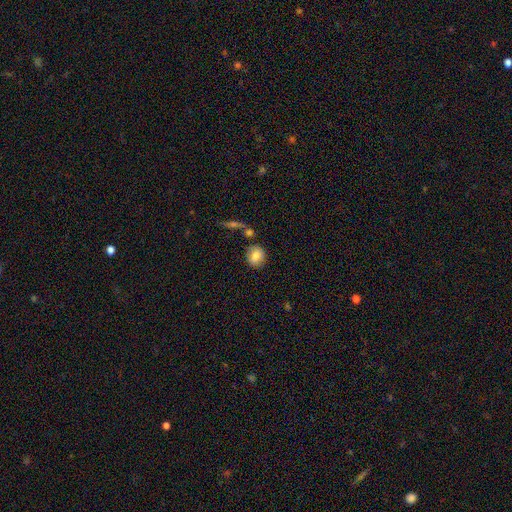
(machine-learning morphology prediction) Q: Smooth or featured?
A: smooth (80%); runner-up: featured or disk (12%)
Q: How rounded?
A: round (67%); runner-up: in between (32%)
Q: Merging?
A: none (75%); runner-up: minor disturbance (12%)